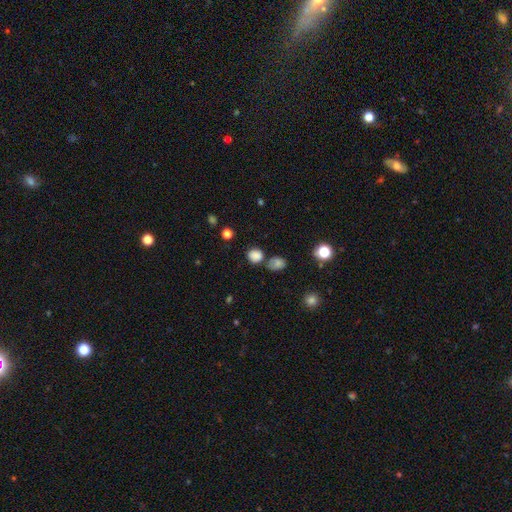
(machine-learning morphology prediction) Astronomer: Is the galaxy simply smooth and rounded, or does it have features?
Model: smooth — 80%.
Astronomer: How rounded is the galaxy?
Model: round — 69%.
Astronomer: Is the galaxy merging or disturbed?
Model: none — 63%.